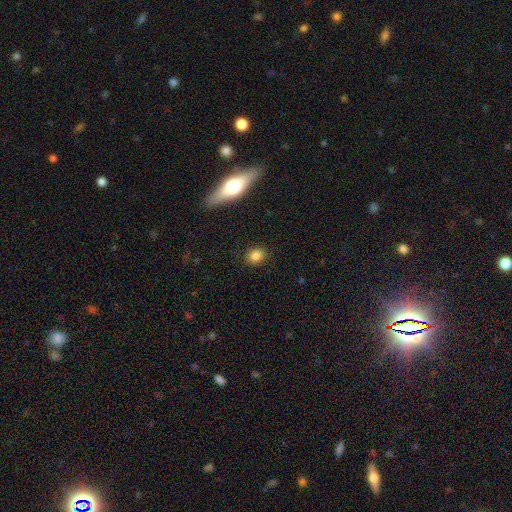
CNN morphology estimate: Smooth or featured: smooth — 83% (star or artifact — 11%)
How rounded: round — 71% (in between — 27%)
Merging: none — 88% (minor disturbance — 8%)